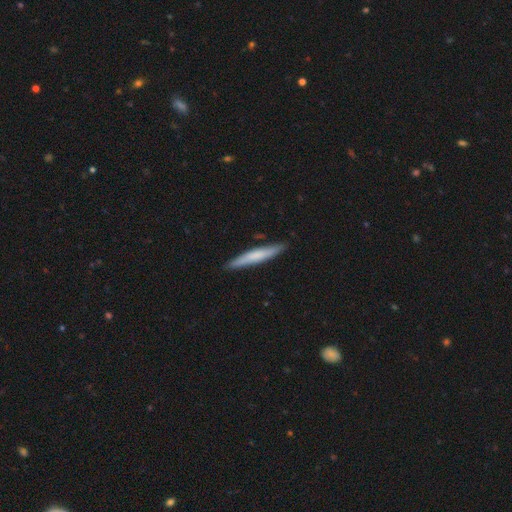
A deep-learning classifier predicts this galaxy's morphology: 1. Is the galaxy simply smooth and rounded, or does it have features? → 64% smooth, 31% featured or disk, 5% star or artifact.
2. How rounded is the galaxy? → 95% cigar-shaped, 4% in between, 1% round.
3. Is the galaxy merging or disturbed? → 89% none, 8% minor disturbance, 1% major disturbance, 1% merger.